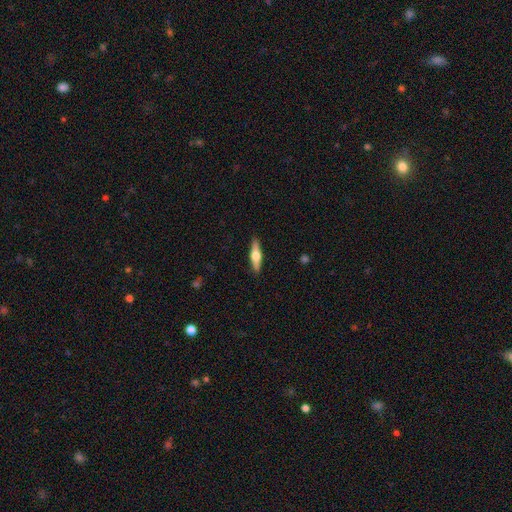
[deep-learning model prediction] Morphology: type=featured or disk (55%); edge-on=yes (95%); edge-on bulge=rounded (94%); merging=none (90%).